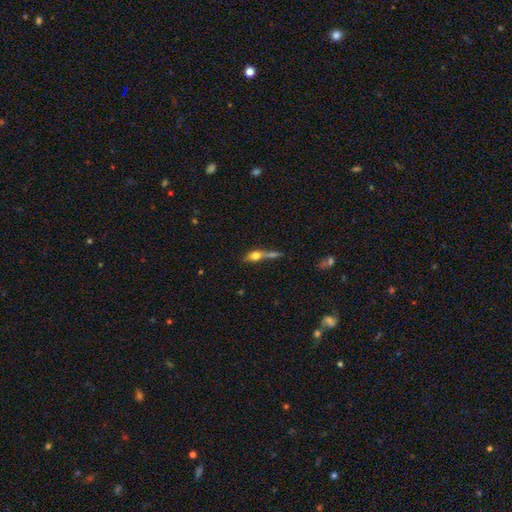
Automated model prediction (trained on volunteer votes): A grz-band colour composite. It shows a smooth galaxy with no disk features (58%) that is in between round and cigar-shaped (48%). Merging: merger (37%).